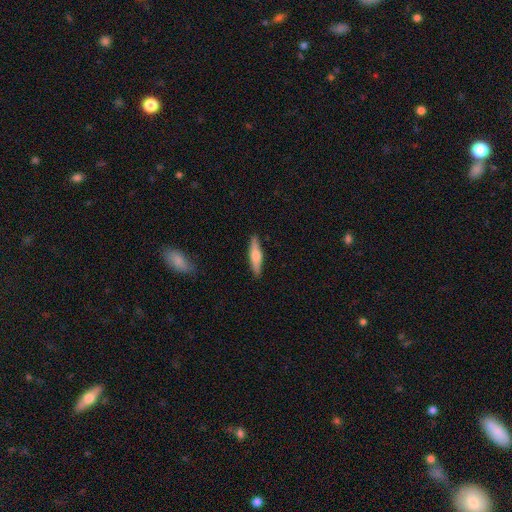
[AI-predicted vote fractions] smooth-or-featured: smooth: 53% | featured or disk: 41% | star or artifact: 6%
  how-rounded: cigar-shaped: 78% | in between: 20% | round: 2%
  merging: none: 89% | minor disturbance: 8% | major disturbance: 2% | merger: 1%